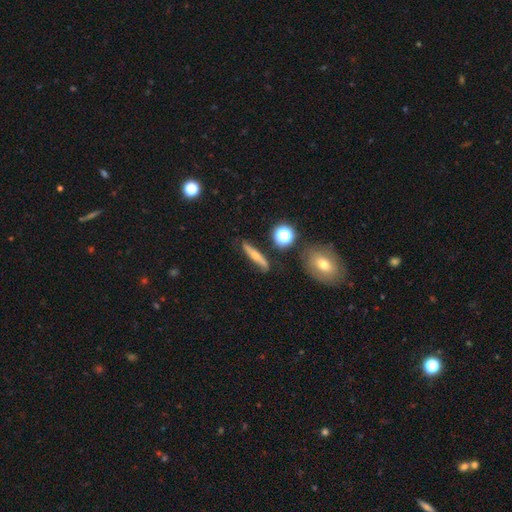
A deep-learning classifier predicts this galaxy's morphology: Smooth or featured? Predicted: featured or disk (p=0.45). Merging? Predicted: none (p=0.80).